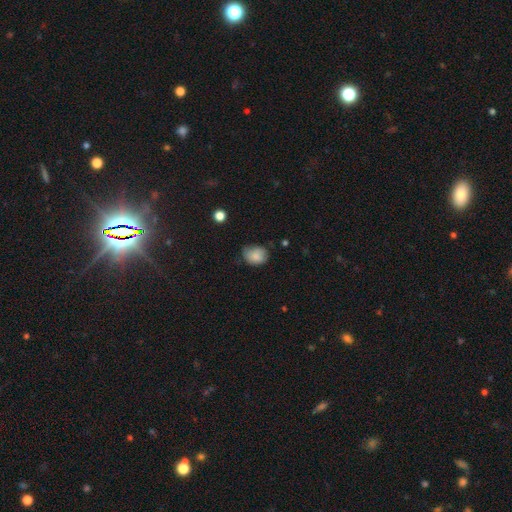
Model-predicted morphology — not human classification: Smooth or featured: smooth — 81% (featured or disk — 10%)
How rounded: in between — 53% (round — 46%)
Merging: none — 53% (minor disturbance — 36%)